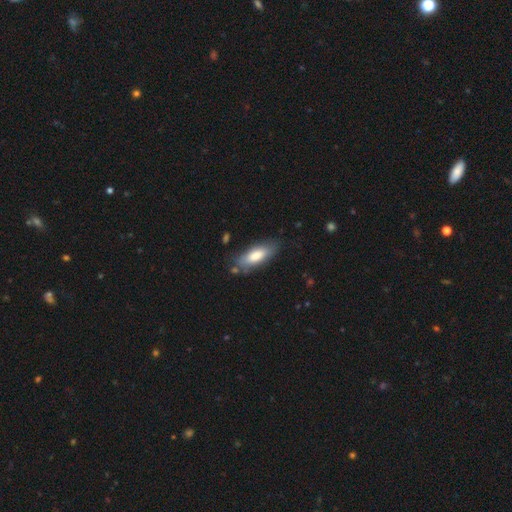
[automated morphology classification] Q: Smooth or featured?
A: smooth (77%); runner-up: featured or disk (17%)
Q: How rounded?
A: in between (70%); runner-up: cigar-shaped (28%)
Q: Merging?
A: none (76%); runner-up: minor disturbance (17%)